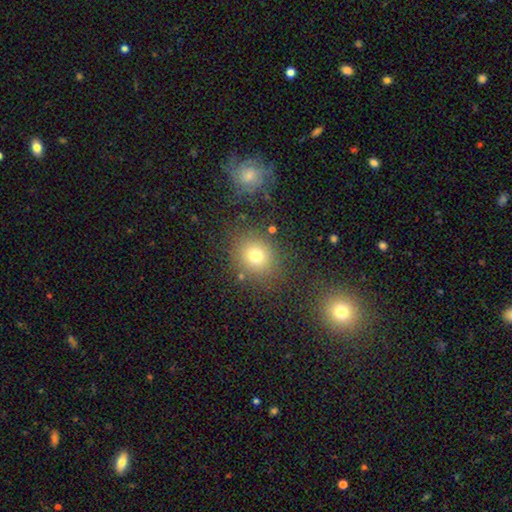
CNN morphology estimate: Smooth or featured? smooth (74%)
How rounded? round (77%)
Merging? none (81%)